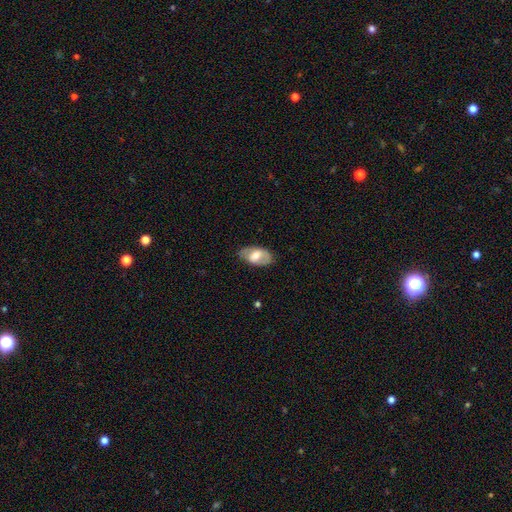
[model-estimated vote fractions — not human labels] Smooth or featured: smooth — 56% (featured or disk — 37%)
How rounded: in between — 92% (round — 6%)
Merging: none — 73% (minor disturbance — 20%)